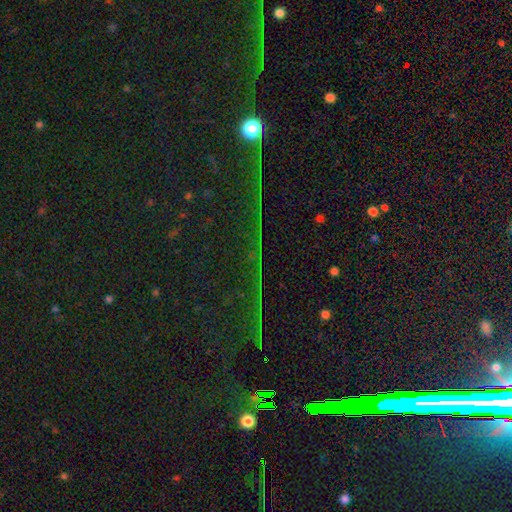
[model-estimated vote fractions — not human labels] Morphology: type=star or artifact (83%).